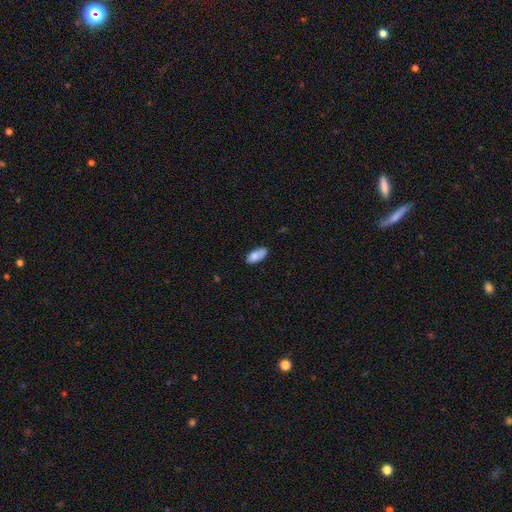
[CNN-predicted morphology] This appears to be a smooth galaxy with no disk features (84%) that is in between round and cigar-shaped (87%). Merging: none (72%).